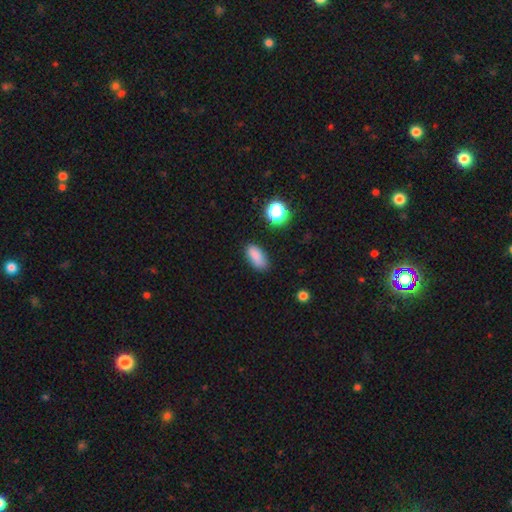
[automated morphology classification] A smooth galaxy with no disk features (85%) that is in between round and cigar-shaped (85%). Merging: none (80%).